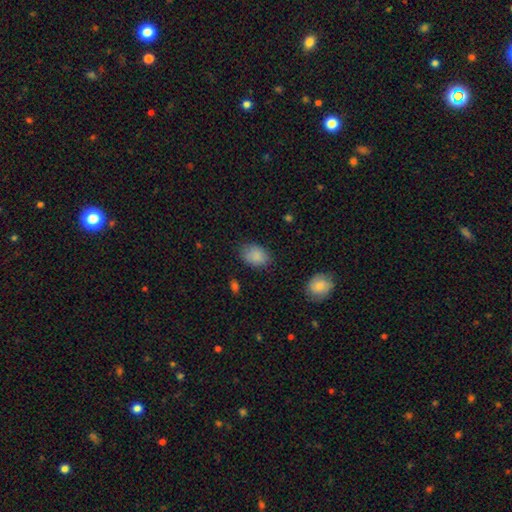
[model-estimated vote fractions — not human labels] Overall: smooth (87%). How rounded: in between (81%). Merging: none (78%).